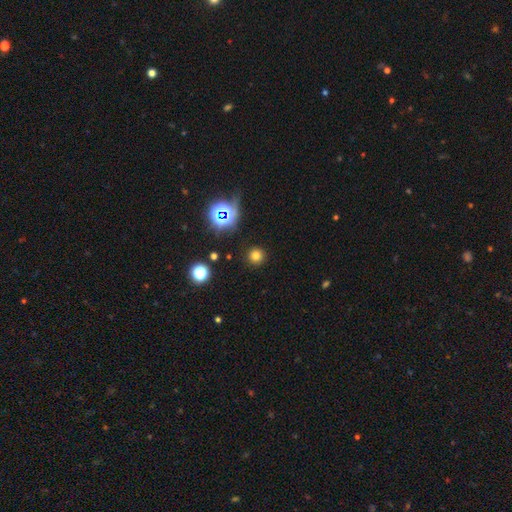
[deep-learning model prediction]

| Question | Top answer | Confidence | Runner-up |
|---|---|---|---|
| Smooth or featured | smooth | 73% | star or artifact (21%) |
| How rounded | round | 94% | in between (5%) |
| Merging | none | 90% | minor disturbance (6%) |